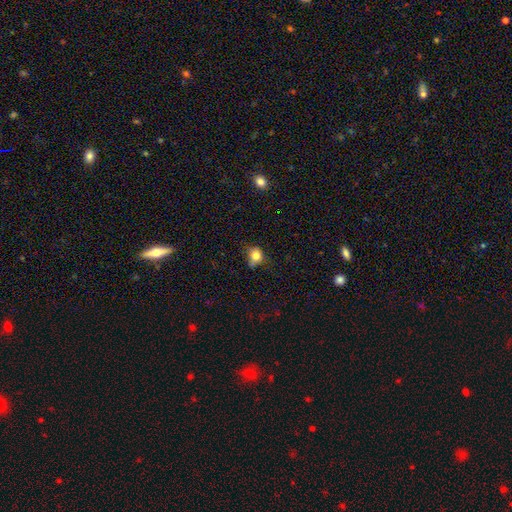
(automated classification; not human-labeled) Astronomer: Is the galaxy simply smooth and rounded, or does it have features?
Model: smooth — 79%.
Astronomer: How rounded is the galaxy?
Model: round — 68%.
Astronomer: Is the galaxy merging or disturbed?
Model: none — 55% (runner-up: minor disturbance, 32%).